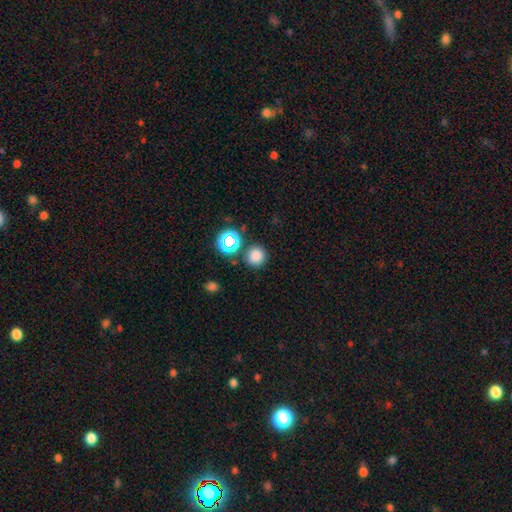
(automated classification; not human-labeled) Smooth or featured? Predicted: smooth (p=0.78). How rounded? Predicted: round (p=0.92). Merging? Predicted: none (p=0.83).